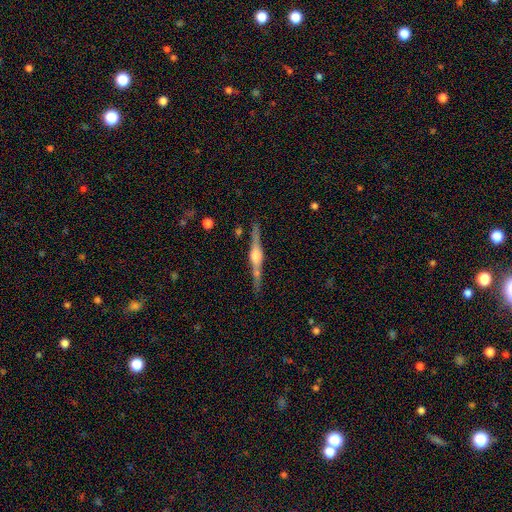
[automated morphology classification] Smooth or featured?
  - featured or disk: 82% *
  - smooth: 12%
  - star or artifact: 6%
Edge-on disk?
  - yes: 98% *
  - no: 2%
Edge-on bulge?
  - rounded: 87% *
  - boxy: 11%
  - none: 3%
Merging?
  - none: 85% *
  - minor disturbance: 10%
  - merger: 3%
  - major disturbance: 2%